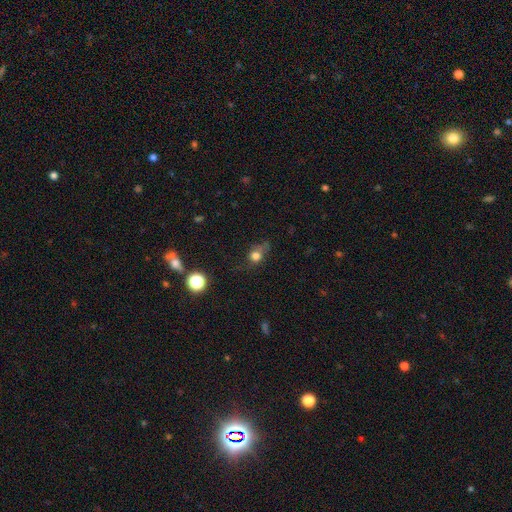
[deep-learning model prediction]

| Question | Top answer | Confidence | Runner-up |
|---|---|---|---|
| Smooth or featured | smooth | 70% | star or artifact (16%) |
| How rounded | round | 71% | in between (27%) |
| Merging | none | 49% | minor disturbance (27%) |